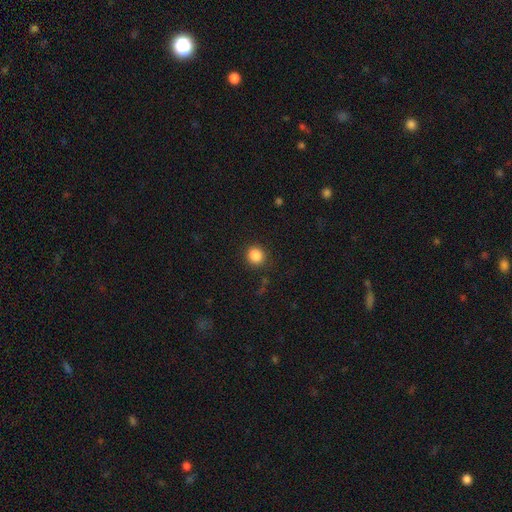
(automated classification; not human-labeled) This is clearly a smooth galaxy (86%). How rounded: clearly round (85%). Merging: clearly none (88%).